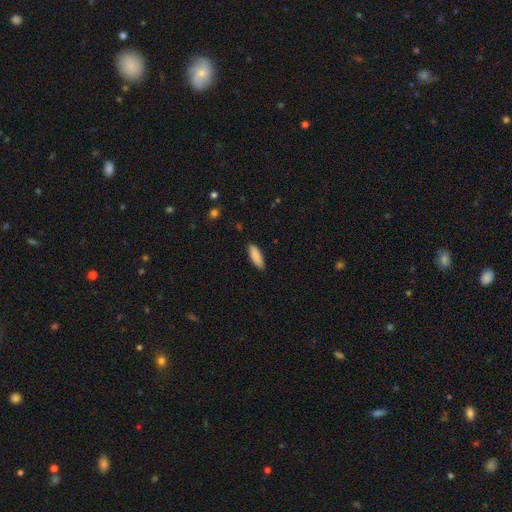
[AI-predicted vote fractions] Smooth or featured?
  - smooth: 90% *
  - star or artifact: 6%
  - featured or disk: 4%
How rounded?
  - in between: 62% *
  - cigar-shaped: 36%
  - round: 1%
Merging?
  - none: 89% *
  - minor disturbance: 9%
  - major disturbance: 2%
  - merger: 1%